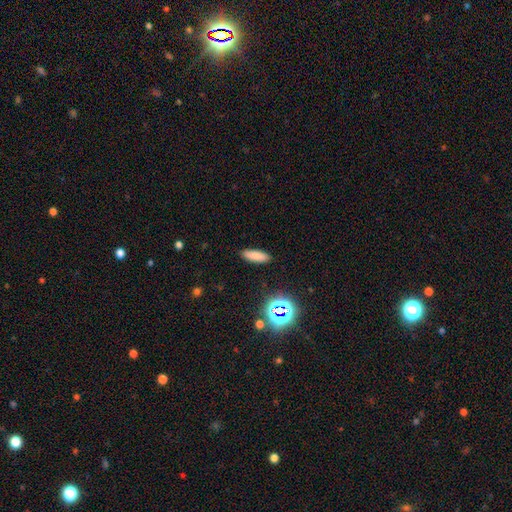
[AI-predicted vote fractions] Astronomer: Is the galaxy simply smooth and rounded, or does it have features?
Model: smooth — 80%.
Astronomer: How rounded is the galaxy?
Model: in between — 51% (runner-up: cigar-shaped, 46%).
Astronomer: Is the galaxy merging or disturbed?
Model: none — 90%.